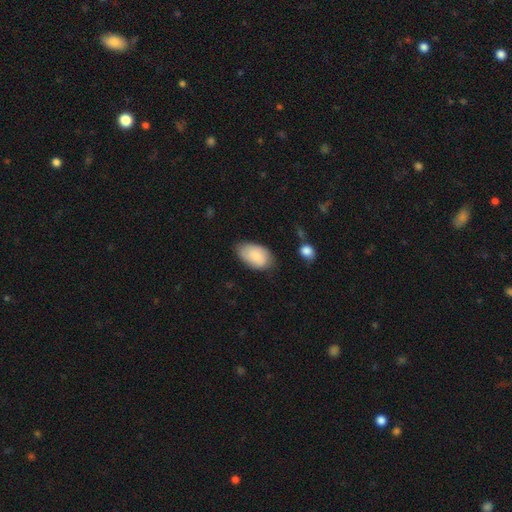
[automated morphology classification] This is clearly a smooth galaxy (81%). How rounded: clearly in between (93%). Merging: likely none (66%).